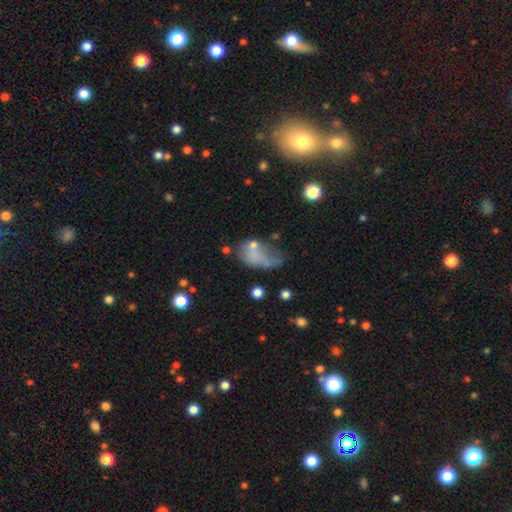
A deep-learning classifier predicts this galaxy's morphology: This appears to be a smooth galaxy with no disk features (57%) that is in between round and cigar-shaped (86%). Merging: major disturbance (39%).